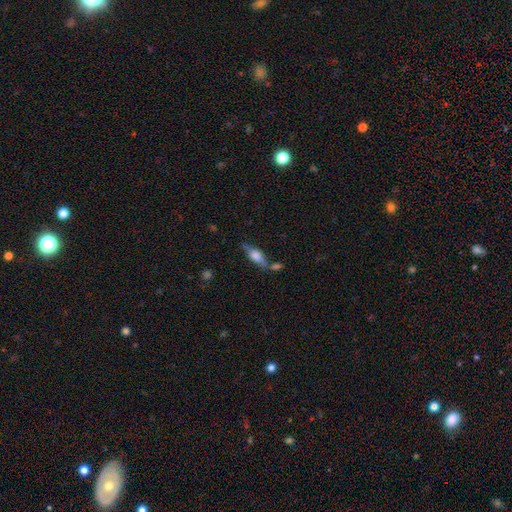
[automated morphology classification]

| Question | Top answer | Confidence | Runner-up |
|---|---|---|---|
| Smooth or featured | smooth | 48% | featured or disk (44%) |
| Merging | none | 62% | minor disturbance (17%) |